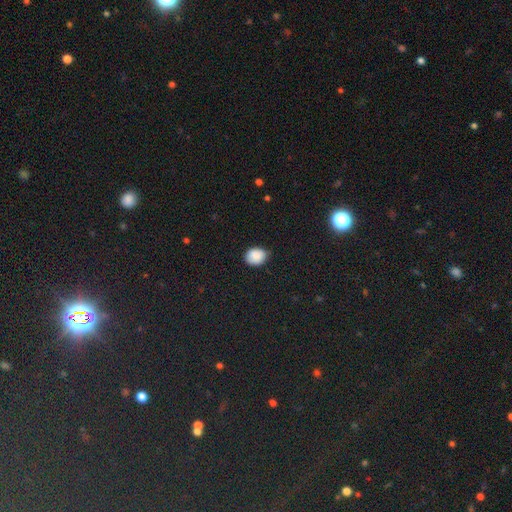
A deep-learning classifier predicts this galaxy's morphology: A smooth galaxy with no disk features (86%) that is in between round and cigar-shaped (50%).

Vote fractions:
- Smooth or featured? smooth: 86% / star or artifact: 9% / featured or disk: 5%
- How rounded? in between: 50% / round: 49% / cigar-shaped: 1%
- Merging? none: 76% / minor disturbance: 19% / major disturbance: 3% / merger: 1%